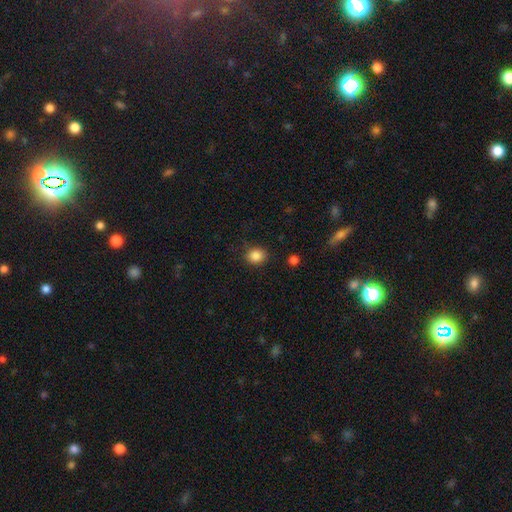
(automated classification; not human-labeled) A smooth galaxy with no disk features (86%) that is round (66%).

Vote fractions:
- Smooth or featured? smooth: 86% / star or artifact: 10% / featured or disk: 4%
- How rounded? round: 66% / in between: 33% / cigar-shaped: 1%
- Merging? none: 84% / minor disturbance: 11% / major disturbance: 3% / merger: 2%